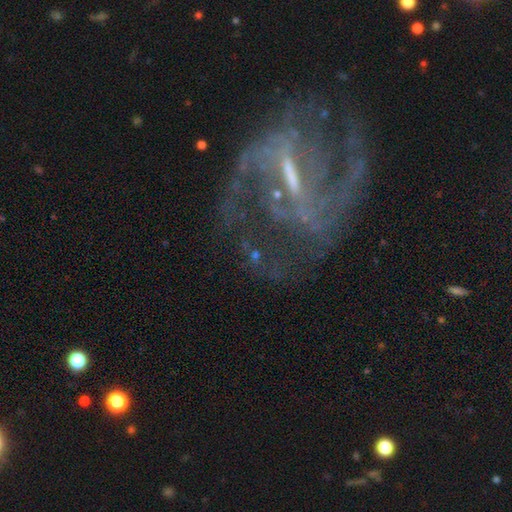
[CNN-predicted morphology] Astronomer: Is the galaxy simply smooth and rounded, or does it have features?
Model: featured or disk — 73%.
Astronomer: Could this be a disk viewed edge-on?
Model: no — 92%.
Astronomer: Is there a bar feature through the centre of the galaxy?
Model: strong — 53% (runner-up: weak, 29%).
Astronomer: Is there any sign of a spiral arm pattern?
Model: yes — 72%.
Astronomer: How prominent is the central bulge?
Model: small — 35% (runner-up: moderate, 33%).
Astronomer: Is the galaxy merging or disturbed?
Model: none — 52% (runner-up: major disturbance, 27%).